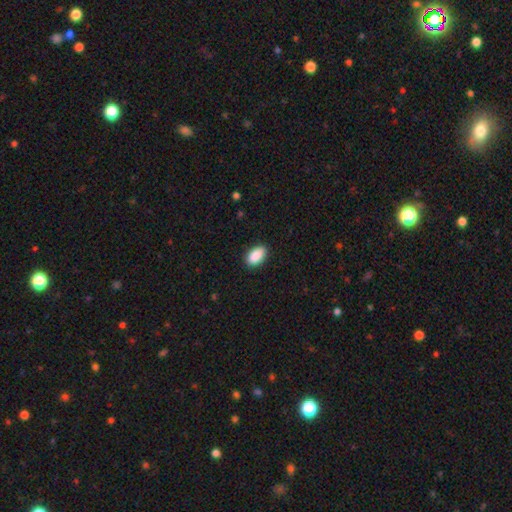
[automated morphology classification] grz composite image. It shows a smooth galaxy with no disk features (90%) that is in between round and cigar-shaped (93%). Merging: none (88%).